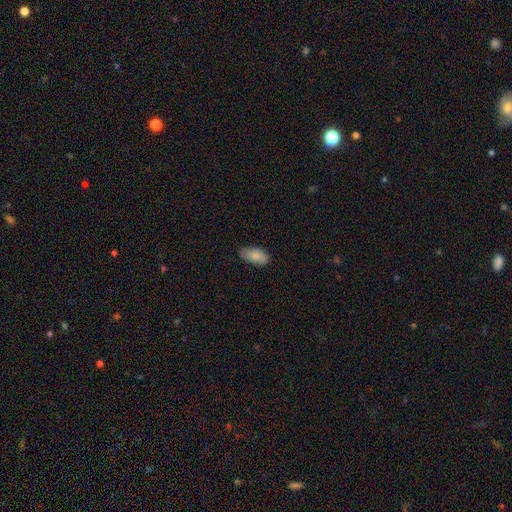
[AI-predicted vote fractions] A smooth galaxy with no disk features (84%) that is in between round and cigar-shaped (93%). Merging: none (80%).